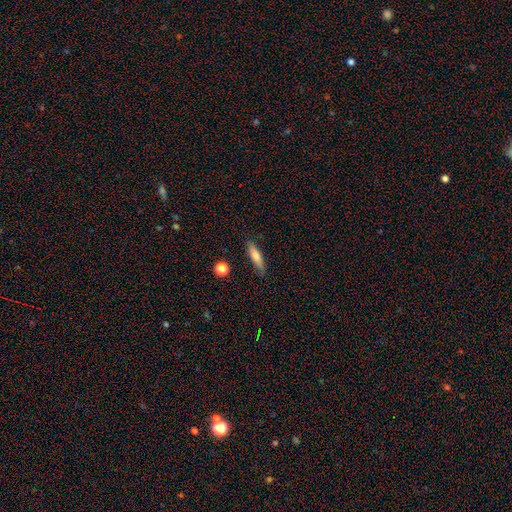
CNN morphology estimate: Smooth or featured?
  - smooth: 68% *
  - featured or disk: 24%
  - star or artifact: 7%
How rounded?
  - cigar-shaped: 72% *
  - in between: 26%
  - round: 2%
Merging?
  - none: 84% *
  - minor disturbance: 11%
  - major disturbance: 2%
  - merger: 2%